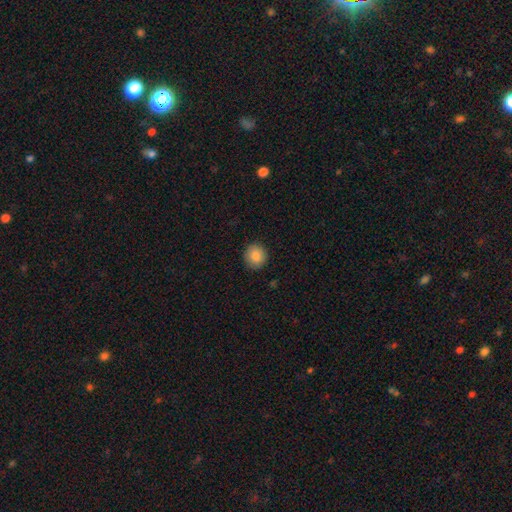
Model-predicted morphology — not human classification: Smooth or featured? Predicted: smooth (p=0.87). How rounded? Predicted: round (p=0.92). Merging? Predicted: none (p=0.90).